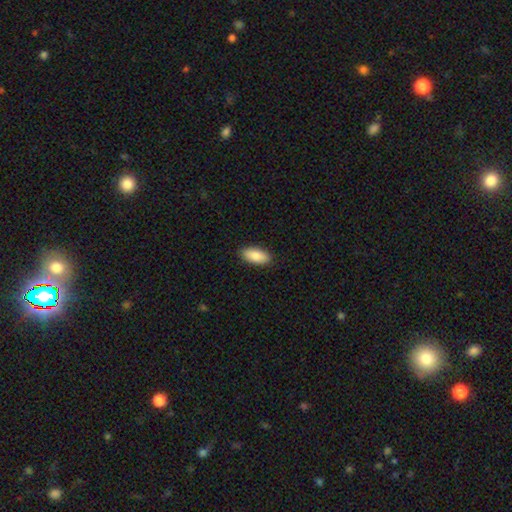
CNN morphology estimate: Smooth or featured? Predicted: smooth (p=0.86). How rounded? Predicted: in between (p=0.90). Merging? Predicted: none (p=0.90).